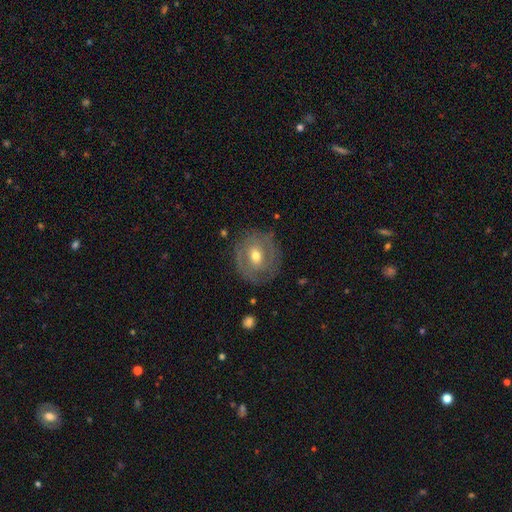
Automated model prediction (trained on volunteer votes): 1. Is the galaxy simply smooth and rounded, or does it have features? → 63% featured or disk, 30% smooth, 7% star or artifact.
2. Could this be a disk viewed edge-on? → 96% no, 4% yes.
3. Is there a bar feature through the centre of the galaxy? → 43% no, 42% weak, 15% strong.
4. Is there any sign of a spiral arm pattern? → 58% yes, 42% no.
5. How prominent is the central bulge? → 70% moderate, 24% small, 4% large, 1% none, 1% dominant.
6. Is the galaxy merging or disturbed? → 77% none, 15% minor disturbance, 6% major disturbance, 1% merger.